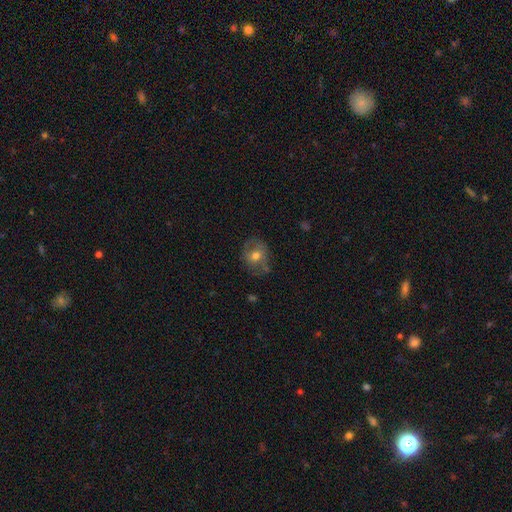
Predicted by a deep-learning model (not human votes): Overall: smooth (50%; featured or disk 41%). How rounded: round (56%; in between 43%). Merging: none (62%; minor disturbance 24%).